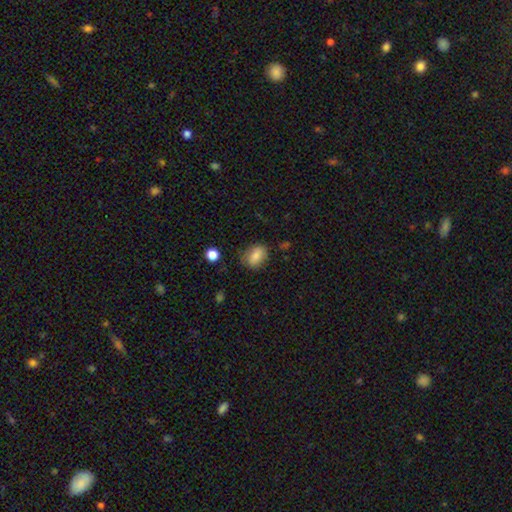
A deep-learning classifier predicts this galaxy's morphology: Smooth or featured? smooth (79%)
How rounded? in between (70%)
Merging? none (73%)